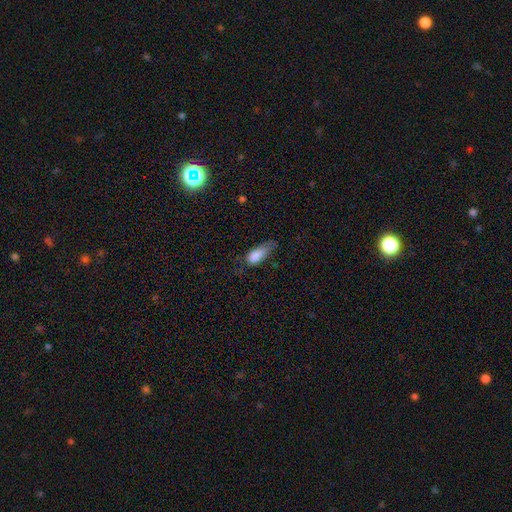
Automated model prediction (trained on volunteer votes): smooth 81%, featured or disk 11%, star or artifact 8%. Down the decision tree: how rounded — in between (82%); merging — minor disturbance (39%).